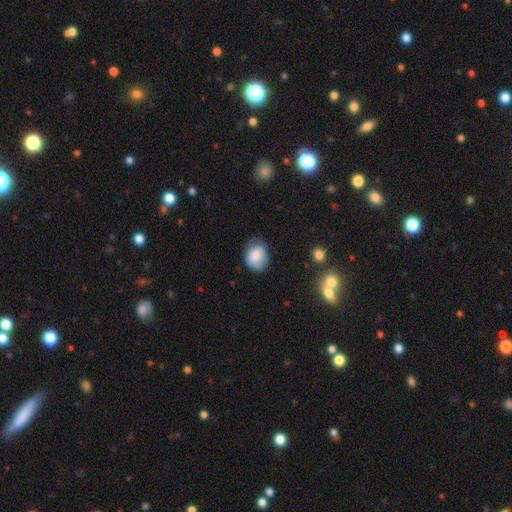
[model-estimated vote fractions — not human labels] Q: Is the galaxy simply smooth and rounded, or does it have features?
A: smooth — 83%.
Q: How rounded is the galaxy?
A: in between — 56%.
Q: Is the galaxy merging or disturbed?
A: none — 64%.